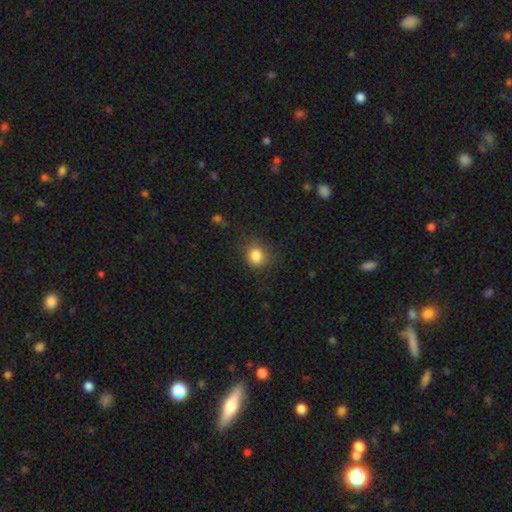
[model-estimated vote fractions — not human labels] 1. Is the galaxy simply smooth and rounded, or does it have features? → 84% smooth, 11% star or artifact, 5% featured or disk.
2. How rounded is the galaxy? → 70% round, 29% in between, 1% cigar-shaped.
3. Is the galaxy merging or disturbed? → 73% none, 18% minor disturbance, 7% major disturbance, 2% merger.